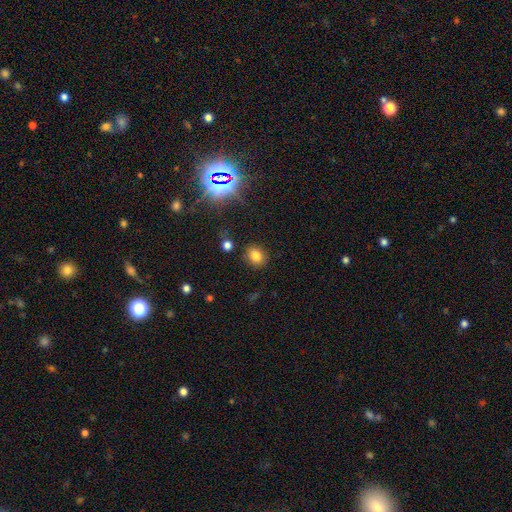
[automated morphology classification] Smooth or featured? smooth (79%)
How rounded? round (51%)
Merging? none (84%)